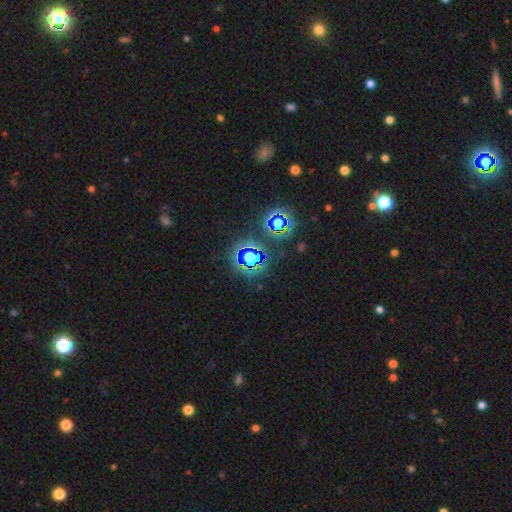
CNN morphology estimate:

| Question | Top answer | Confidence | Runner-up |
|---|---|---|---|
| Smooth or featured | star or artifact | 80% | smooth (13%) |